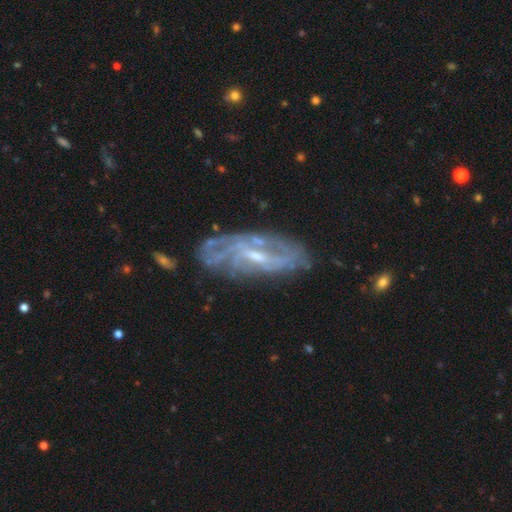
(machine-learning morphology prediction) Smooth or featured? featured or disk (81%)
Edge-on disk? no (88%)
Bar? weak (49%)
Spiral arms? yes (83%)
Spiral winding? tight (50%)
Spiral arm count? can't tell (52%)
Bulge size? small (54%)
Merging? none (66%)